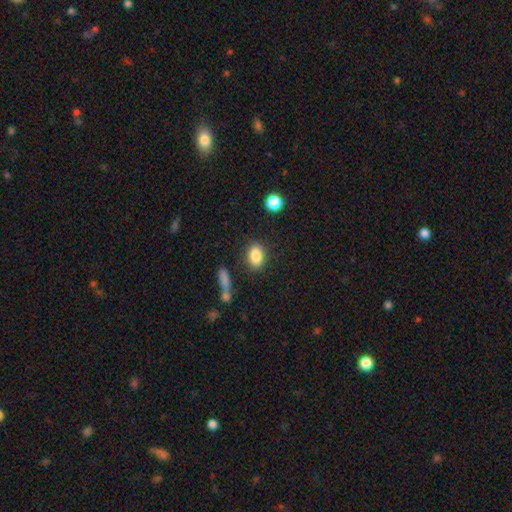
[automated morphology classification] Q: Smooth or featured?
A: smooth (85%); runner-up: star or artifact (9%)
Q: How rounded?
A: in between (78%); runner-up: round (19%)
Q: Merging?
A: none (83%); runner-up: minor disturbance (11%)